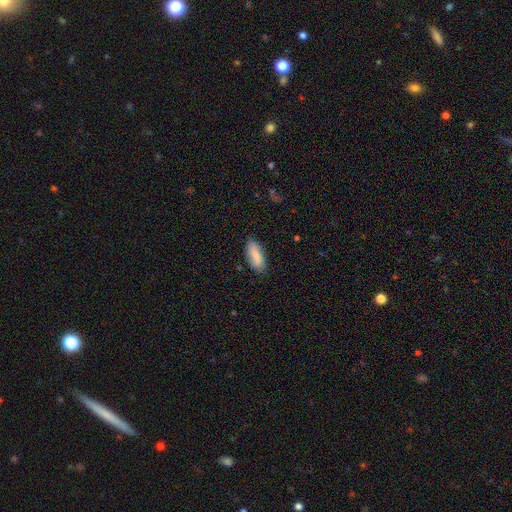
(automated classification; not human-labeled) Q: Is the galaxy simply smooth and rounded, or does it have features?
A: smooth — 86%.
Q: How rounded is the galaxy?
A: in between — 76%.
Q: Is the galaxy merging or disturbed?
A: none — 83%.